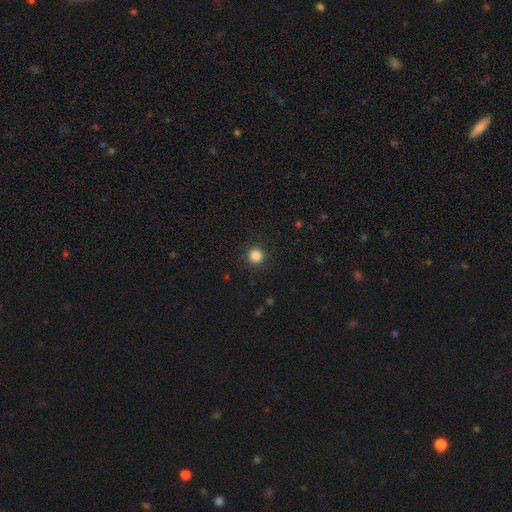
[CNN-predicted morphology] smooth_or_featured: smooth (p=0.85) [alt: star or artifact p=0.12]
how_rounded: round (p=0.95) [alt: in between p=0.04]
merging: none (p=0.92) [alt: minor disturbance p=0.05]